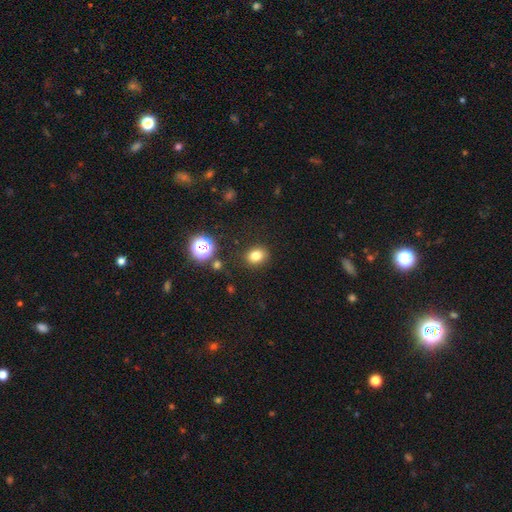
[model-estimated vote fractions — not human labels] Smooth or featured: smooth — 80% (star or artifact — 14%)
How rounded: round — 52% (in between — 47%)
Merging: none — 87% (minor disturbance — 8%)